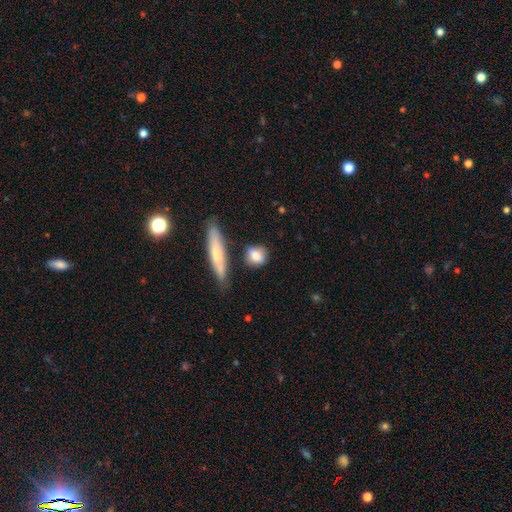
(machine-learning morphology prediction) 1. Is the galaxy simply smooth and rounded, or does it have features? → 79% smooth, 14% featured or disk, 7% star or artifact.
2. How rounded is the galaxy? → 57% round, 32% in between, 12% cigar-shaped.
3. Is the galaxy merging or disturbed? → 76% none, 14% minor disturbance, 7% merger, 4% major disturbance.